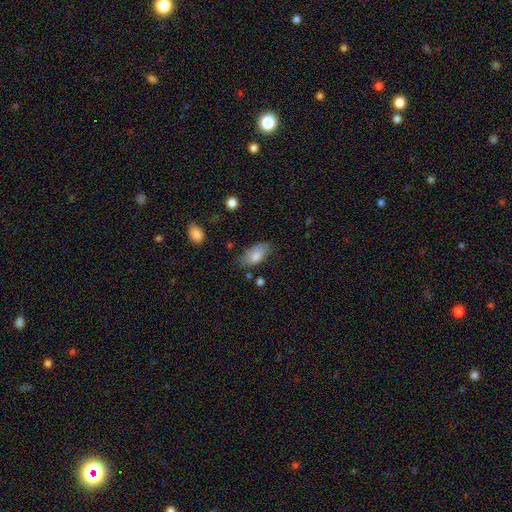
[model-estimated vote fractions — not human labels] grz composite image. It shows a smooth galaxy with no disk features (82%) that is in between round and cigar-shaped (92%). Merging: none (69%).